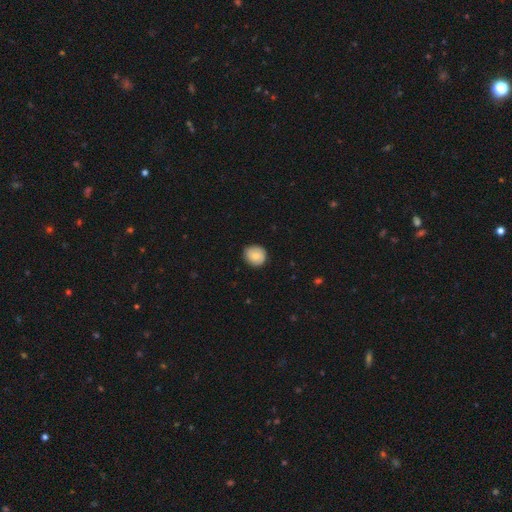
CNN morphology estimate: smooth-or-featured: smooth: 78% | featured or disk: 15% | star or artifact: 7%
  how-rounded: round: 85% | in between: 14% | cigar-shaped: 1%
  merging: none: 84% | minor disturbance: 13% | major disturbance: 2% | merger: 1%